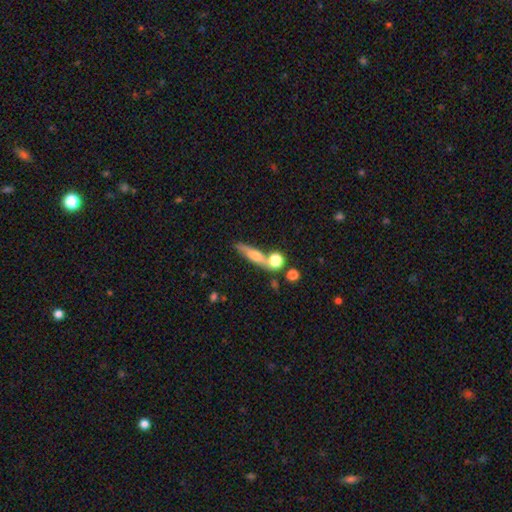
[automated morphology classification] smooth-or-featured: smooth: 49% | featured or disk: 41% | star or artifact: 10%
  merging: none: 61% | merger: 20% | minor disturbance: 14% | major disturbance: 6%